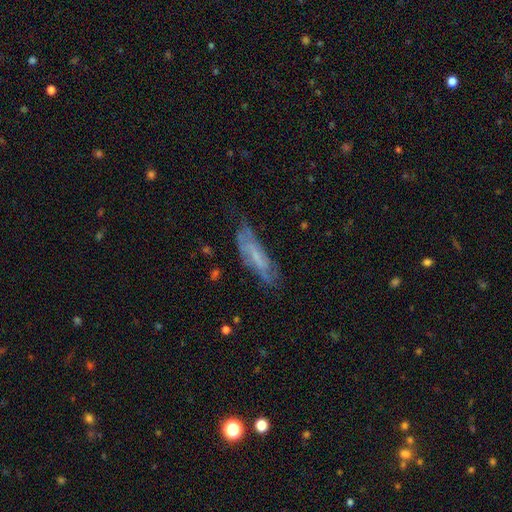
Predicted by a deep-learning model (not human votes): smooth_or_featured: featured or disk (p=0.60) [alt: smooth p=0.32]
disk_edge_on: no (p=0.73) [alt: yes p=0.27]
merging: none (p=0.60) [alt: minor disturbance p=0.26]